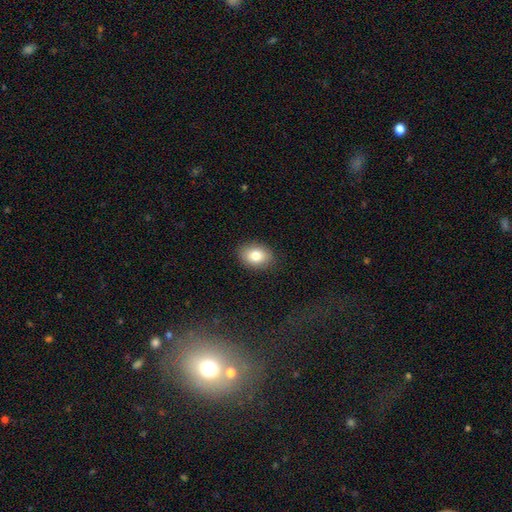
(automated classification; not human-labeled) Smooth or featured? Predicted: smooth (p=0.81). How rounded? Predicted: in between (p=0.73). Merging? Predicted: none (p=0.87).